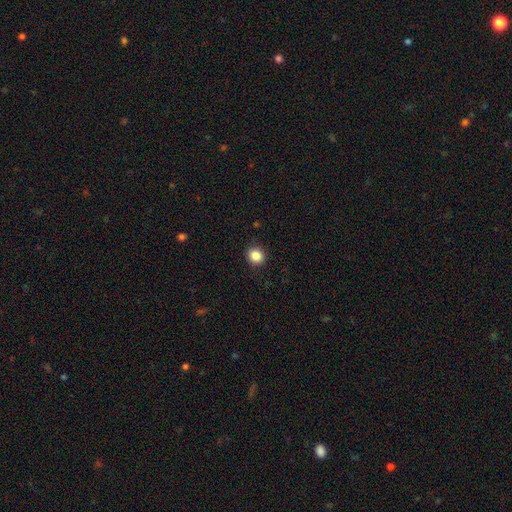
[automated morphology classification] A smooth galaxy with no disk features (86%) that is round (77%).

Vote fractions:
- Smooth or featured? smooth: 86% / star or artifact: 10% / featured or disk: 4%
- How rounded? round: 77% / in between: 22% / cigar-shaped: 1%
- Merging? none: 91% / minor disturbance: 6% / major disturbance: 2% / merger: 1%